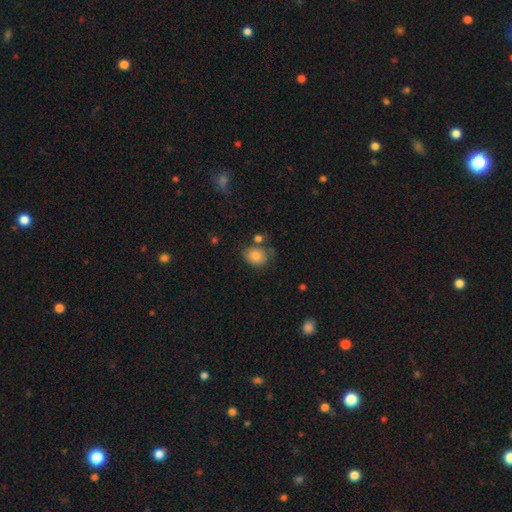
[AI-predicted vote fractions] The model was most divided on "how rounded": round: 50%, in between: 49%, cigar-shaped: 1%. More confident: smooth or featured — smooth (83%); merging — none (62%).